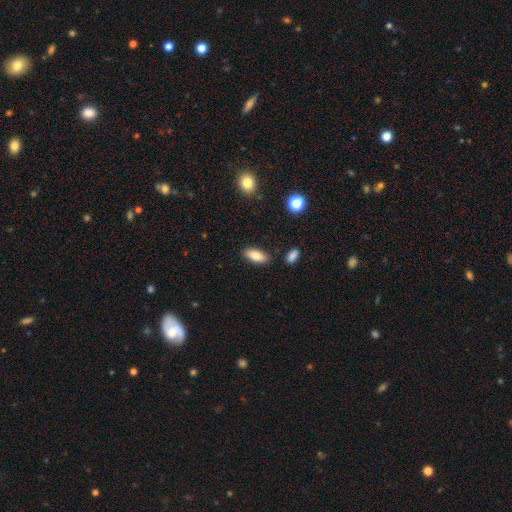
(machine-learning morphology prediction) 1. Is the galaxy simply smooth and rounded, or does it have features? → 82% smooth, 11% featured or disk, 7% star or artifact.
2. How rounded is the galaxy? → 83% in between, 15% cigar-shaped, 3% round.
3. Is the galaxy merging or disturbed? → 86% none, 9% minor disturbance, 2% merger, 2% major disturbance.